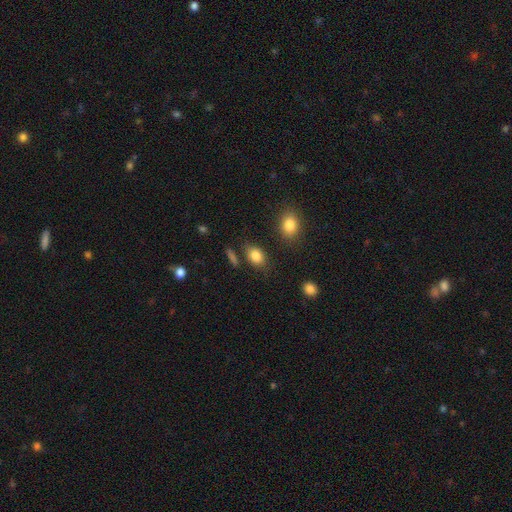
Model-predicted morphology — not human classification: smooth 85%, star or artifact 9%, featured or disk 6%. Down the decision tree: how rounded — in between (79%); merging — none (76%).